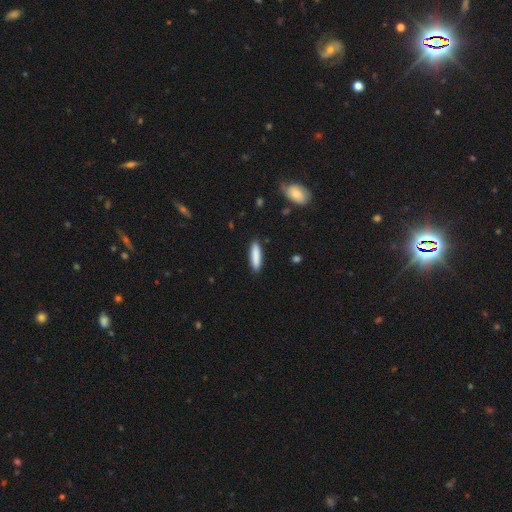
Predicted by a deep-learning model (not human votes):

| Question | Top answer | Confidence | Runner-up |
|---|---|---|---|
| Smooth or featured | smooth | 87% | featured or disk (7%) |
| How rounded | cigar-shaped | 72% | in between (27%) |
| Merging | none | 89% | minor disturbance (8%) |